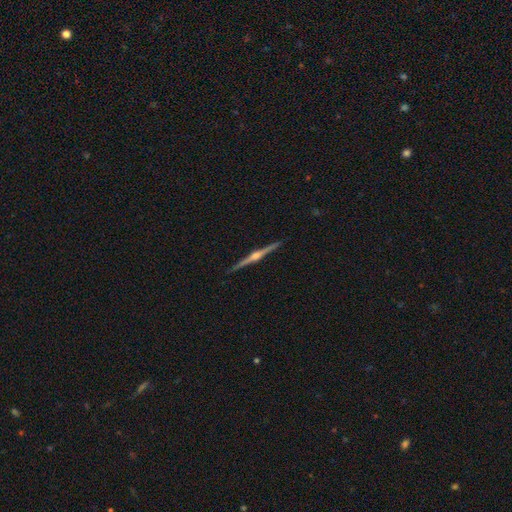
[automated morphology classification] The model was most divided on "smooth or featured": featured or disk: 87%, smooth: 9%, star or artifact: 5%. More confident: edge-on disk — yes (99%); merging — none (93%); edge-on bulge — rounded (91%).